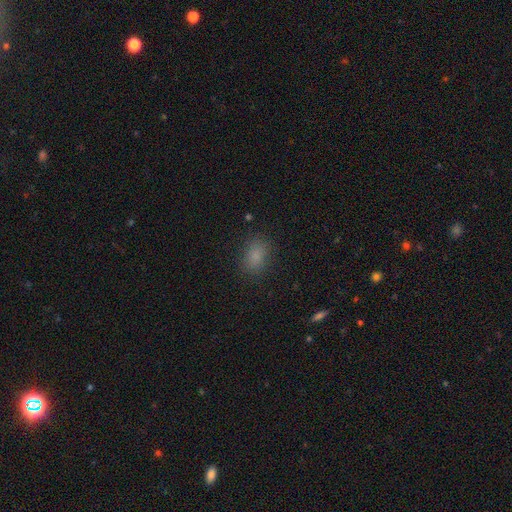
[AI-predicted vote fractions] Smooth or featured? Predicted: smooth (p=0.81). How rounded? Predicted: in between (p=0.79). Merging? Predicted: none (p=0.83).